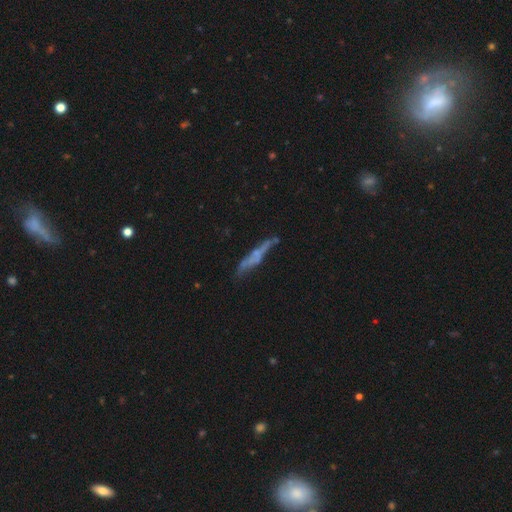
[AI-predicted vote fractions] Smooth or featured: featured or disk — 52% (smooth — 37%)
Edge-on disk: yes — 67% (no — 33%)
Merging: none — 55% (minor disturbance — 24%)